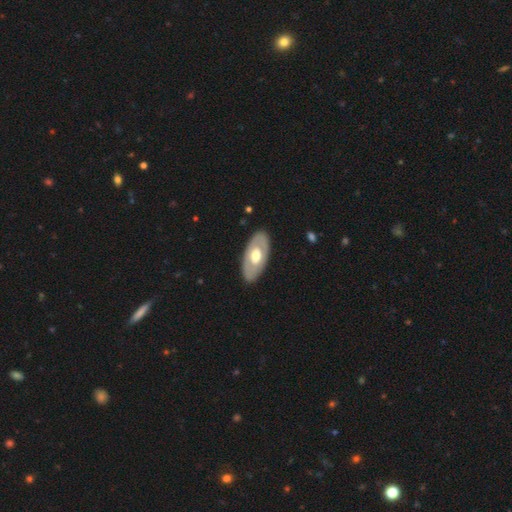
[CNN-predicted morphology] featured or disk 53%, smooth 43%, star or artifact 4%. Down the decision tree: edge-on disk — no (85%); merging — none (86%).